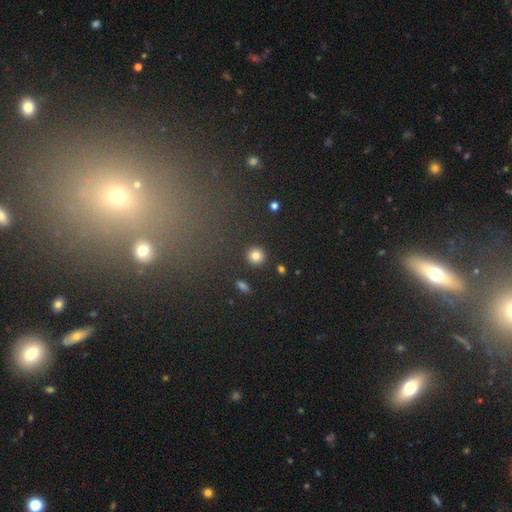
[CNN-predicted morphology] This is clearly a smooth galaxy (83%). How rounded: clearly round (93%). Merging: clearly none (91%).